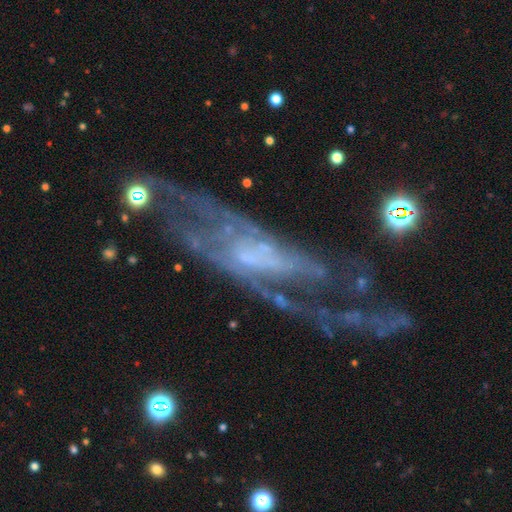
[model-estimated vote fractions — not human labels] A featured or disk galaxy (81%) with no bar (53%), 2 (53%) medium (42%) spiral arms (84%) and a small central bulge (40%).

Vote fractions:
- Smooth or featured? featured or disk: 81% / smooth: 10% / star or artifact: 9%
- Edge-on disk? no: 80% / yes: 20%
- Bar? no: 53% / weak: 32% / strong: 15%
- Spiral arms? yes: 84% / no: 16%
- Spiral winding? medium: 42% / loose: 32% / tight: 26%
- Spiral arm count? 2: 53% / can't tell: 27% / 1: 7% / 3: 6% / 4: 4% / more than 4: 3%
- Bulge size? small: 40% / none: 39% / moderate: 15% / large: 4% / dominant: 2%
- Merging? none: 50% / major disturbance: 24% / minor disturbance: 19% / merger: 6%